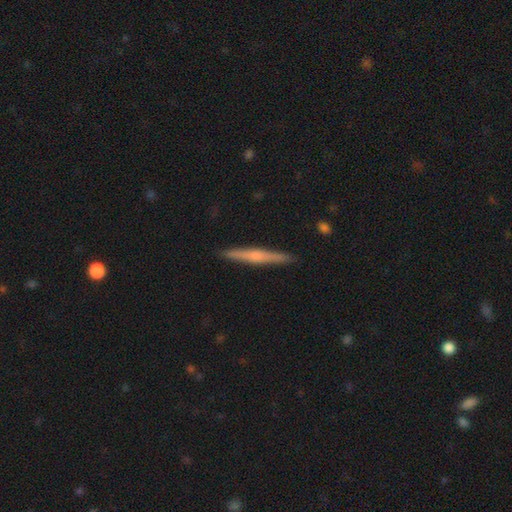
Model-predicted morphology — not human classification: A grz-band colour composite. It shows a featured or disk galaxy (57%) viewed edge-on (98%) with a rounded central bulge (59%). Merging: none (92%).